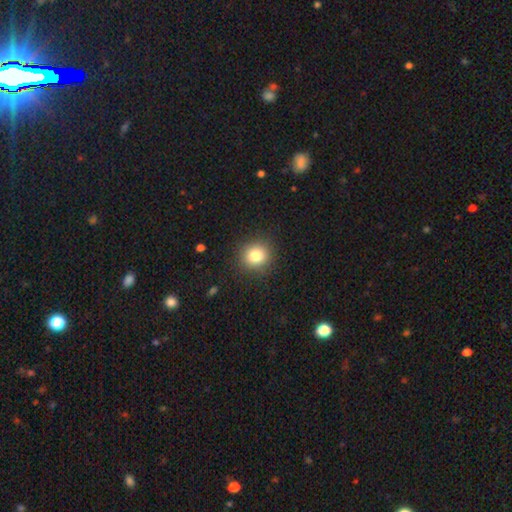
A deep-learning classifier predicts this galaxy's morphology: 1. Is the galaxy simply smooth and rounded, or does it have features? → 81% smooth, 12% star or artifact, 7% featured or disk.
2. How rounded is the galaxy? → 88% round, 11% in between, 1% cigar-shaped.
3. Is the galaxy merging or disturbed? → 90% none, 7% minor disturbance, 2% major disturbance, 1% merger.